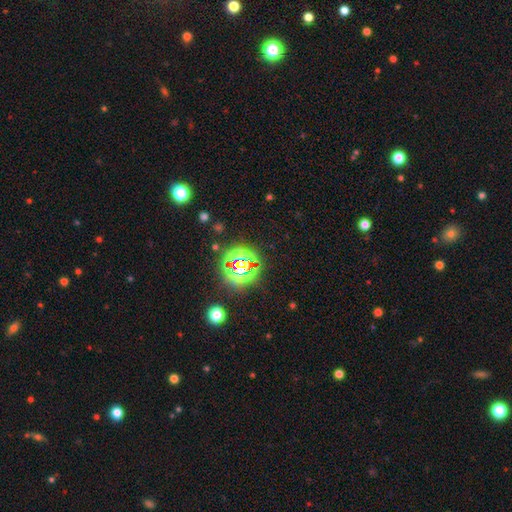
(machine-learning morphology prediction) Overall: star or artifact (77%).